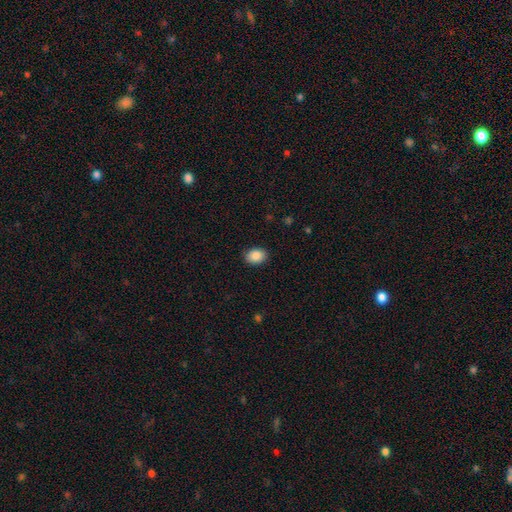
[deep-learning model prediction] Smooth or featured? Predicted: smooth (p=0.89). How rounded? Predicted: in between (p=0.69). Merging? Predicted: none (p=0.87).